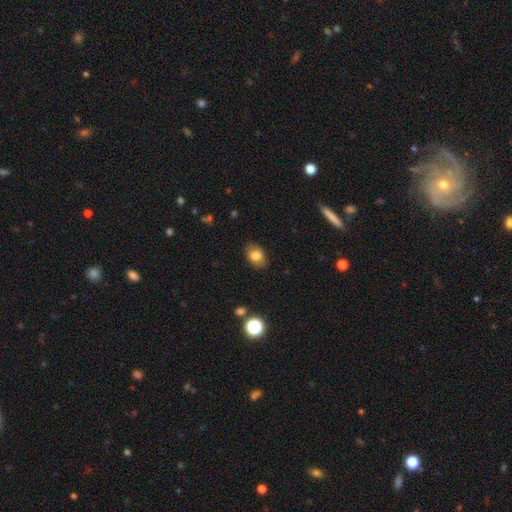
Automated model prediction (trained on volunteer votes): smooth-or-featured: smooth: 81% | featured or disk: 10% | star or artifact: 10%
  how-rounded: in between: 75% | round: 24% | cigar-shaped: 1%
  merging: none: 84% | minor disturbance: 12% | major disturbance: 3% | merger: 1%